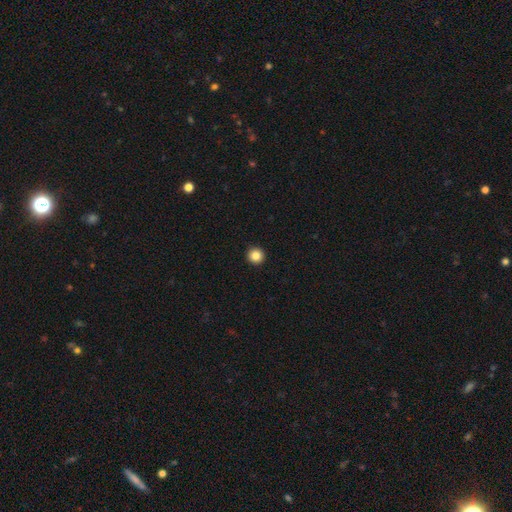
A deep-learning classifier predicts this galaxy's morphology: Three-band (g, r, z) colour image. It shows a smooth galaxy with no disk features (85%) that is round (96%). Merging: none (94%).